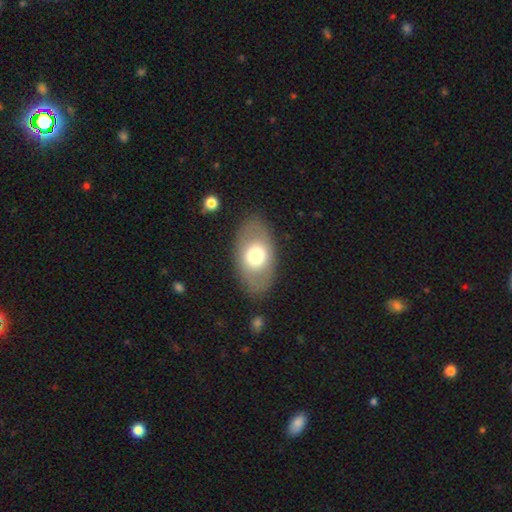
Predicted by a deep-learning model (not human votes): Smooth or featured? smooth (62%)
How rounded? in between (89%)
Merging? none (83%)